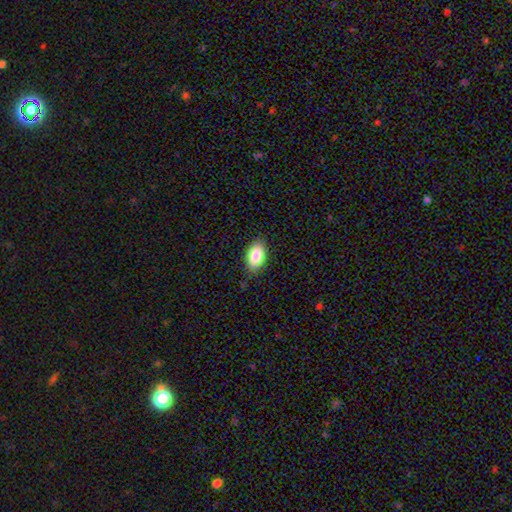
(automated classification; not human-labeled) A smooth galaxy with no disk features (87%) that is in between round and cigar-shaped (93%).

Vote fractions:
- Smooth or featured? smooth: 87% / star or artifact: 7% / featured or disk: 6%
- How rounded? in between: 93% / round: 5% / cigar-shaped: 2%
- Merging? none: 84% / minor disturbance: 12% / major disturbance: 2% / merger: 1%